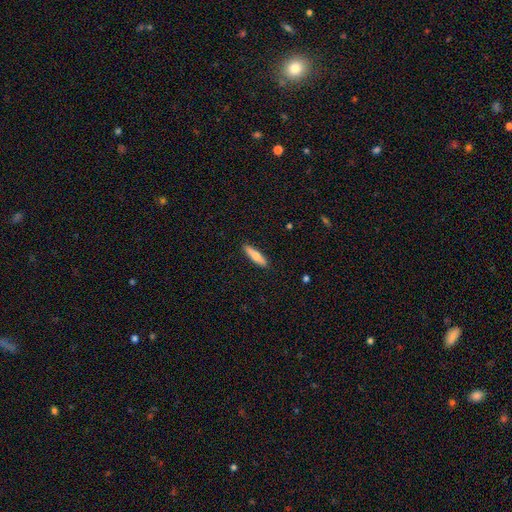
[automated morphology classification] Smooth or featured?
  - smooth: 62% *
  - featured or disk: 33%
  - star or artifact: 6%
How rounded?
  - cigar-shaped: 75% *
  - in between: 23%
  - round: 2%
Merging?
  - none: 89% *
  - minor disturbance: 8%
  - major disturbance: 2%
  - merger: 1%